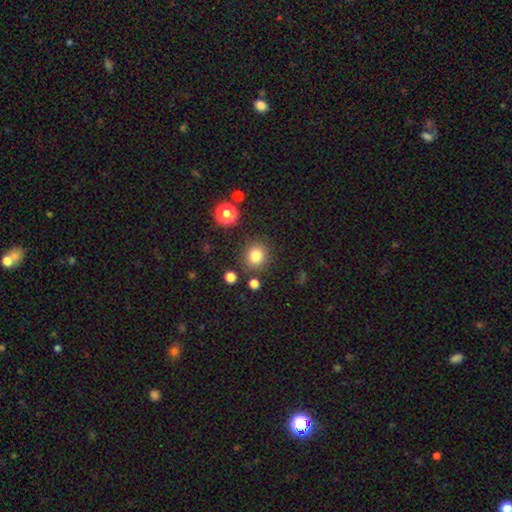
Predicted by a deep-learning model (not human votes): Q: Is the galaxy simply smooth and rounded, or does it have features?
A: smooth — 82%.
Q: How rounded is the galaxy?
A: round — 83%.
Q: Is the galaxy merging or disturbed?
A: none — 84%.